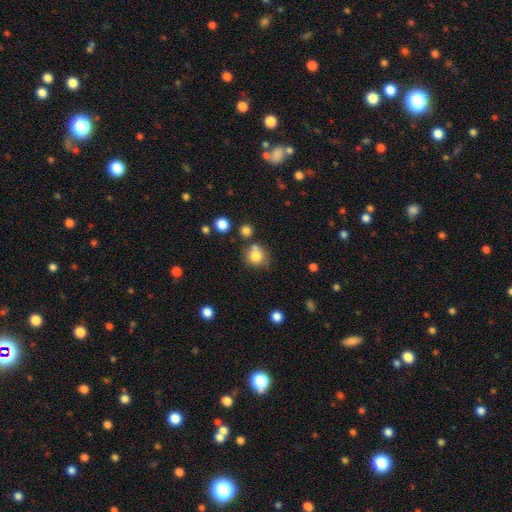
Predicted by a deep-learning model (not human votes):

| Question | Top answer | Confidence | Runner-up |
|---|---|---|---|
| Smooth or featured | smooth | 79% | star or artifact (11%) |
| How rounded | round | 85% | in between (14%) |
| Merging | none | 62% | merger (20%) |